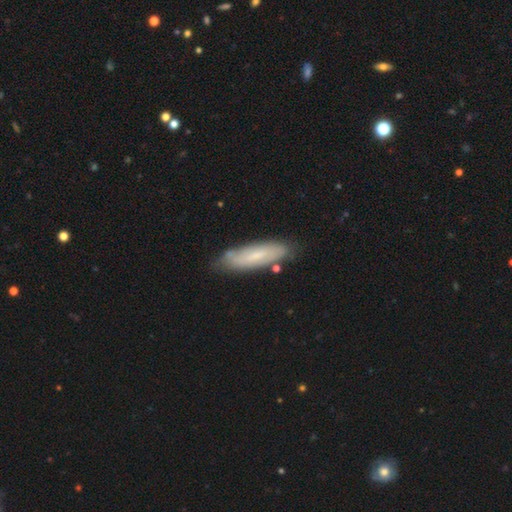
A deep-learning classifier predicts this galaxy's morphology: A smooth galaxy with no disk features (56%) that is cigar-shaped (61%).

Vote fractions:
- Smooth or featured? smooth: 56% / featured or disk: 37% / star or artifact: 7%
- How rounded? cigar-shaped: 61% / in between: 37% / round: 1%
- Merging? none: 77% / minor disturbance: 17% / major disturbance: 3% / merger: 3%